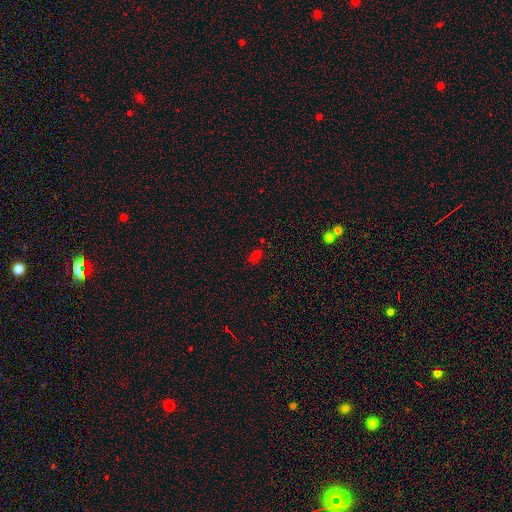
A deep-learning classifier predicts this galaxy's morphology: Q: Smooth or featured?
A: smooth (67%); runner-up: star or artifact (27%)
Q: How rounded?
A: in between (85%); runner-up: round (13%)
Q: Merging?
A: none (74%); runner-up: minor disturbance (16%)